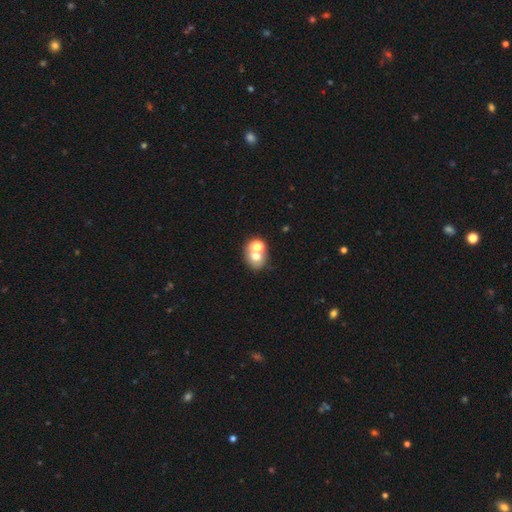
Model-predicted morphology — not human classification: Smooth or featured? smooth (63%)
How rounded? round (61%)
Merging? merger (50%)